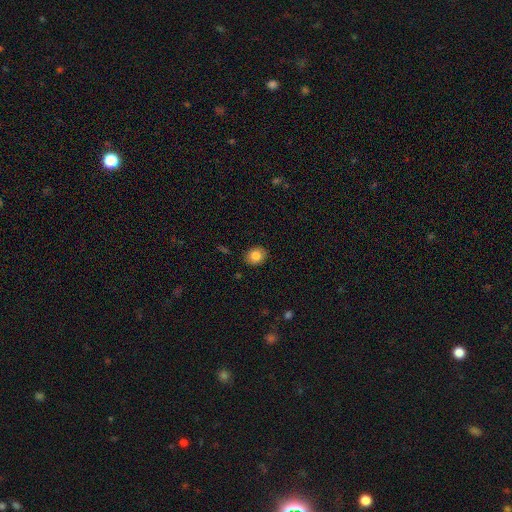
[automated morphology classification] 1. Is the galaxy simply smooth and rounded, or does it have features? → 83% smooth, 9% star or artifact, 8% featured or disk.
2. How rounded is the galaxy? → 60% round, 40% in between, 1% cigar-shaped.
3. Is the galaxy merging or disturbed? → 89% none, 8% minor disturbance, 2% major disturbance, 1% merger.